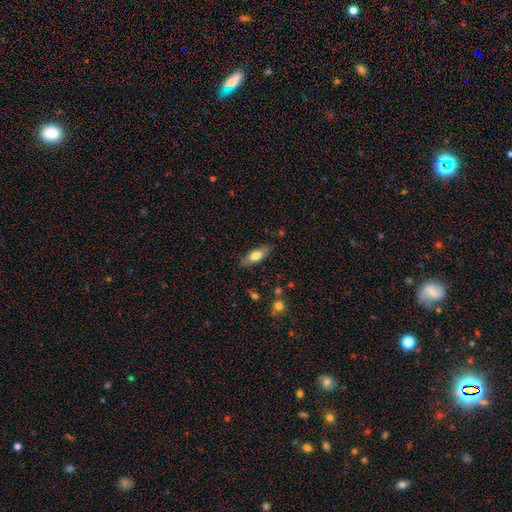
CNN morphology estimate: smooth_or_featured: smooth (p=0.68) [alt: featured or disk p=0.26]
how_rounded: in between (p=0.75) [alt: cigar-shaped p=0.23]
merging: none (p=0.77) [alt: minor disturbance p=0.17]